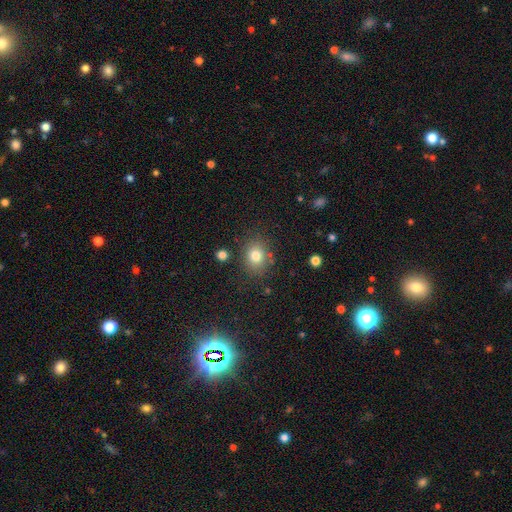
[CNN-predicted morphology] This appears to be a smooth galaxy with no disk features (79%) that is round (61%). Merging: none (80%).